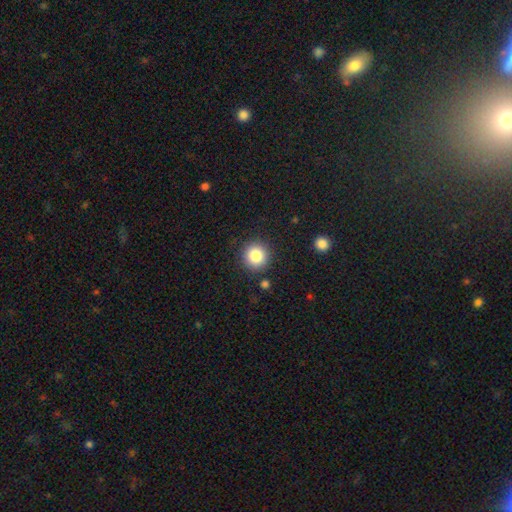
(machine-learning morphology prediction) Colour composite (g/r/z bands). It shows a smooth galaxy with no disk features (85%) that is round (94%). Merging: none (88%).